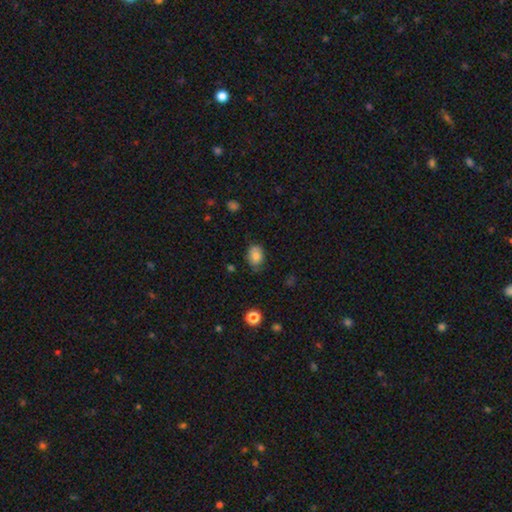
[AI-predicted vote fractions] Smooth or featured? smooth (83%)
How rounded? in between (74%)
Merging? none (69%)